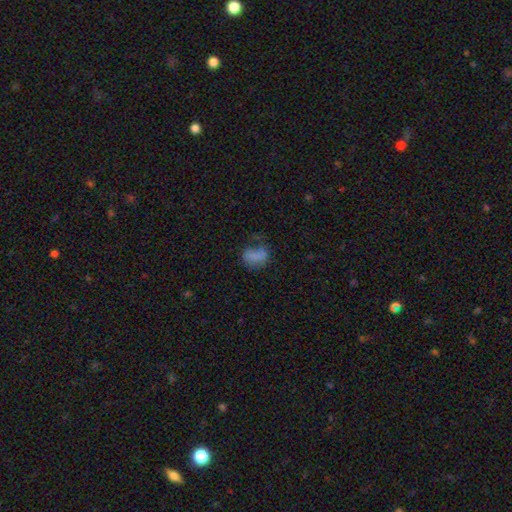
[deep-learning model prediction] Smooth or featured: smooth — 69% (featured or disk — 18%)
How rounded: in between — 77% (round — 20%)
Merging: none — 40% (major disturbance — 27%)